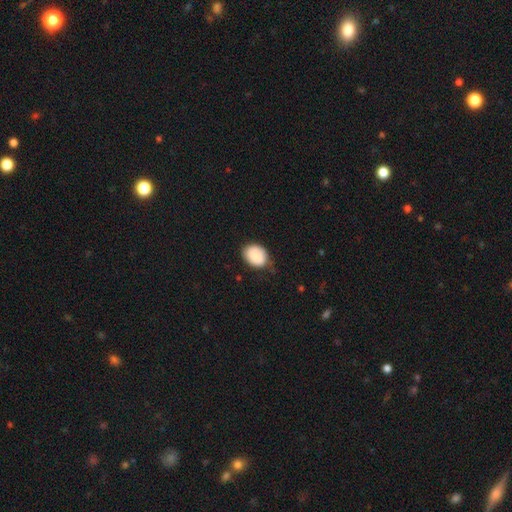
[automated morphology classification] smooth-or-featured: smooth: 87% | star or artifact: 7% | featured or disk: 6%
  how-rounded: in between: 59% | round: 40% | cigar-shaped: 1%
  merging: none: 60% | minor disturbance: 32% | major disturbance: 6% | merger: 2%